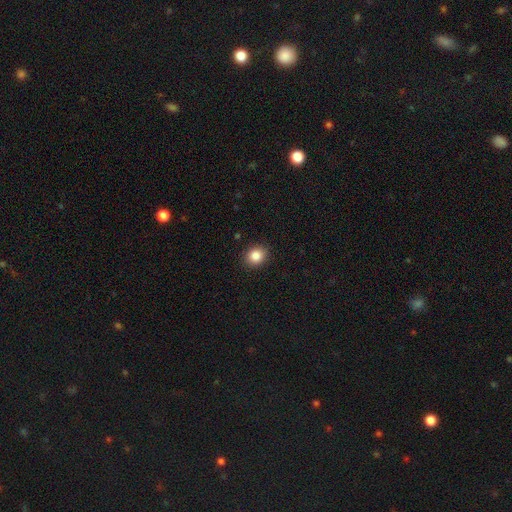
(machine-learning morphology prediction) smooth_or_featured: smooth (p=0.86) [alt: star or artifact p=0.10]
how_rounded: round (p=0.68) [alt: in between p=0.31]
merging: none (p=0.90) [alt: minor disturbance p=0.07]